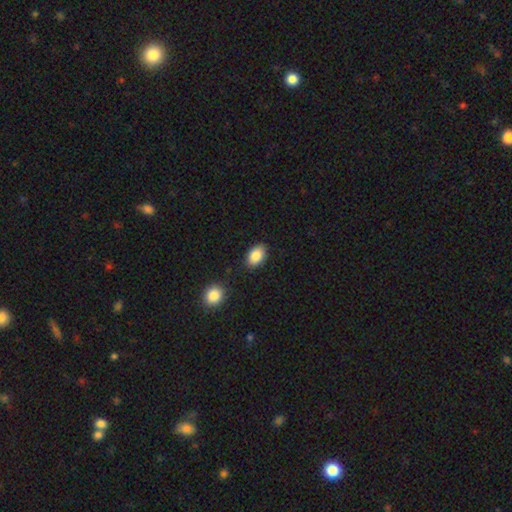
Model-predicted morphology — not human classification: A smooth galaxy with no disk features (87%) that is in between round and cigar-shaped (88%). Merging: none (85%).